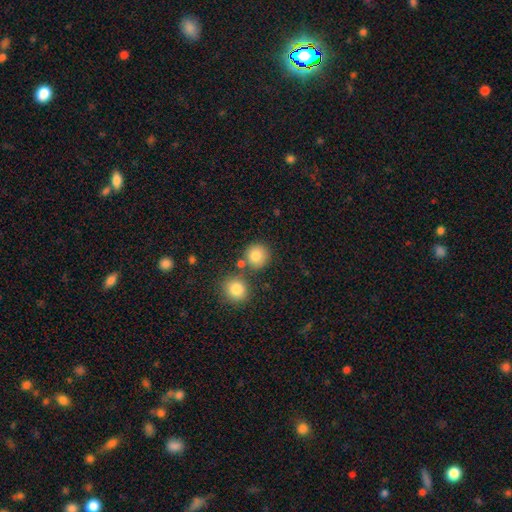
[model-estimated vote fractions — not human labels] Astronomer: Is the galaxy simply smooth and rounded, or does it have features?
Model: smooth — 83%.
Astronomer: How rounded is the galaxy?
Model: round — 91%.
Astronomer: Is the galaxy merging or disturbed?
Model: none — 74%.